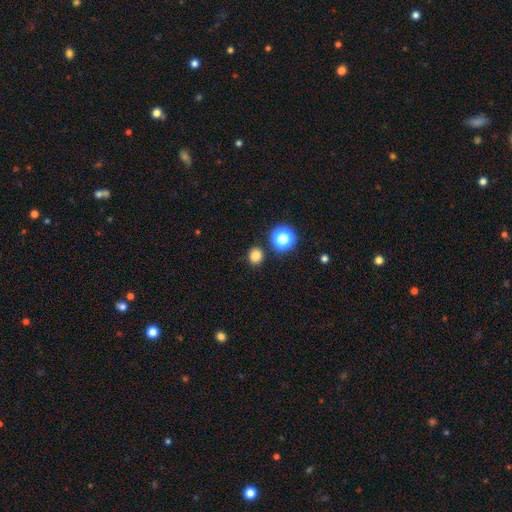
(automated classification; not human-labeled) Morphology: type=smooth (80%); roundness=round (84%); merging=none (87%).